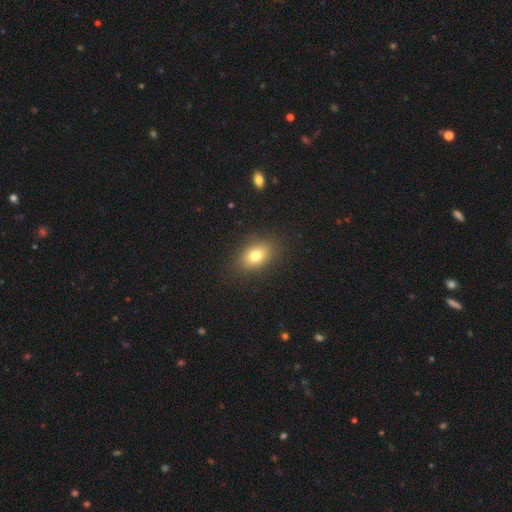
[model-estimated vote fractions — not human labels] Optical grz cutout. It shows a smooth galaxy with no disk features (78%) that is in between round and cigar-shaped (79%). Merging: none (85%).